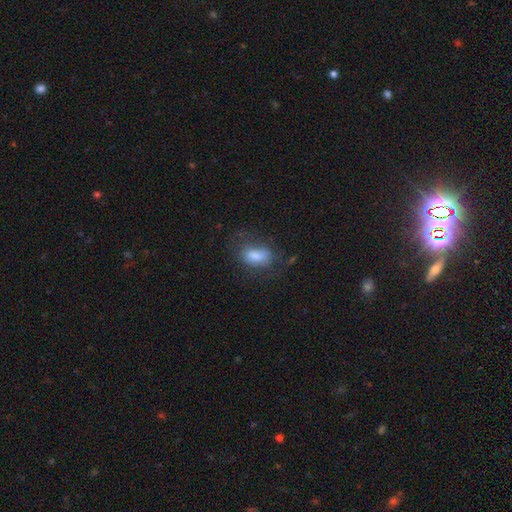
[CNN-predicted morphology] smooth_or_featured: smooth (p=0.74) [alt: featured or disk p=0.17]
how_rounded: in between (p=0.88) [alt: round p=0.09]
merging: none (p=0.52) [alt: minor disturbance p=0.24]